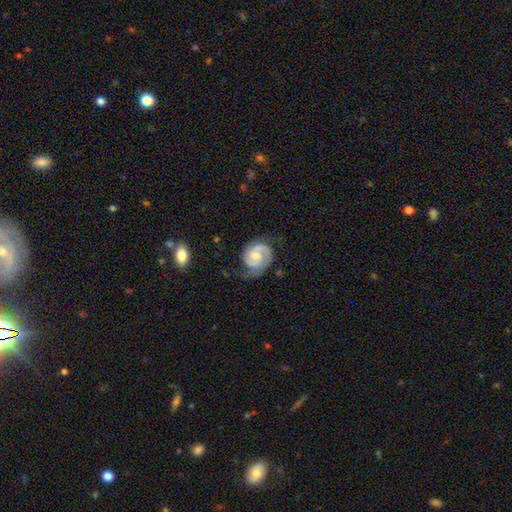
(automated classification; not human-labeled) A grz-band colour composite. It shows a featured or disk galaxy (79%) with a weak bar (53%), 2 (74%) medium (44%) spiral arms (95%) and a moderate central bulge (46%). Merging: none (57%).